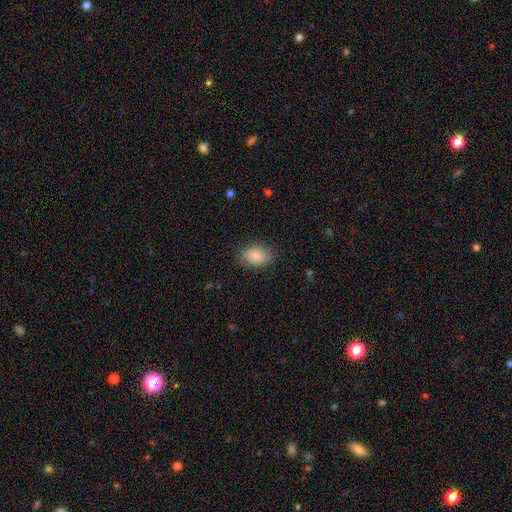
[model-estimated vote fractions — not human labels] This appears to be a smooth galaxy with no disk features (86%) that is in between round and cigar-shaped (78%). Merging: none (82%).